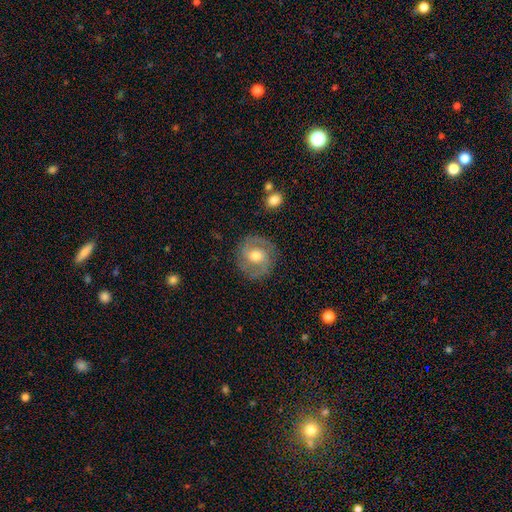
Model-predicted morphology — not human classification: smooth-or-featured: featured or disk: 76% | smooth: 17% | star or artifact: 7%
  disk-edge-on: no: 97% | yes: 3%
    bar: no: 47% | weak: 40% | strong: 13%
    has-spiral-arms: yes: 91% | no: 9%
      spiral-winding: medium: 47% | tight: 40% | loose: 13%
      spiral-arm-count: 2: 88% | can't tell: 6% | 3: 2% | 1: 2% | 4: 1% | more than 4: 1%
    bulge-size: moderate: 71% | small: 21% | large: 6% | none: 1% | dominant: 1%
  merging: none: 84% | minor disturbance: 11% | major disturbance: 4% | merger: 1%